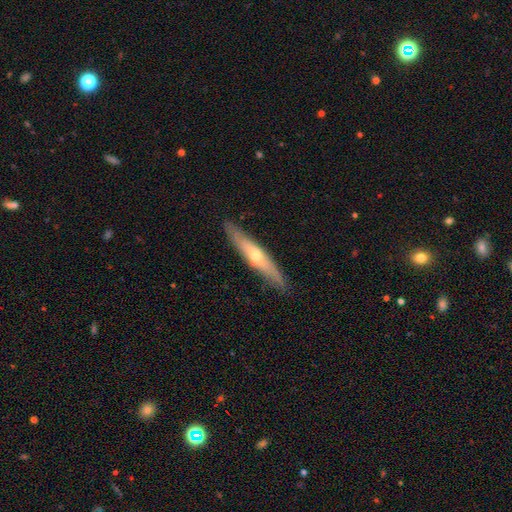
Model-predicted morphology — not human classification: The model was most divided on "smooth or featured": featured or disk: 58%, smooth: 36%, star or artifact: 6%. More confident: merging — none (86%); edge-on disk — yes (82%).